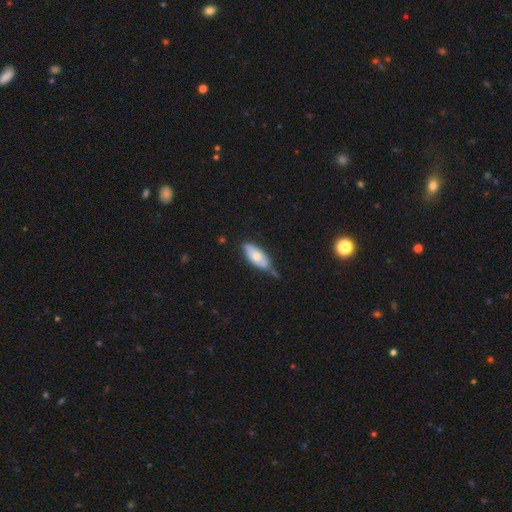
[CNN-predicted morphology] Smooth or featured: smooth — 64% (featured or disk — 30%)
How rounded: in between — 81% (cigar-shaped — 16%)
Merging: none — 59% (minor disturbance — 29%)